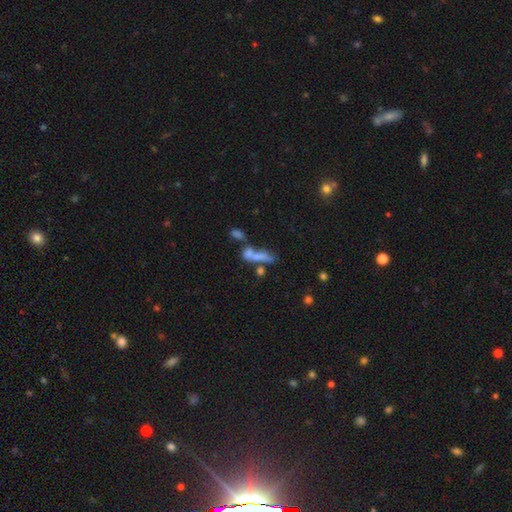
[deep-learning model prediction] Overall: smooth (56%; featured or disk 29%). How rounded: cigar-shaped (46%; in between 45%). Merging: merger (52%; none 25%).